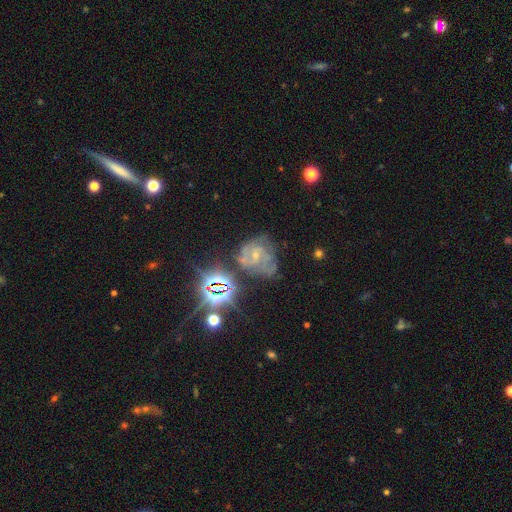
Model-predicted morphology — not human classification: Overall: featured or disk (59%; star or artifact 25%). Edge-on disk: no (97%). Bar: no (60%; weak 32%). Spiral arms: yes (81%). Bulge size: small (69%). Merging: none (46%; minor disturbance 25%).